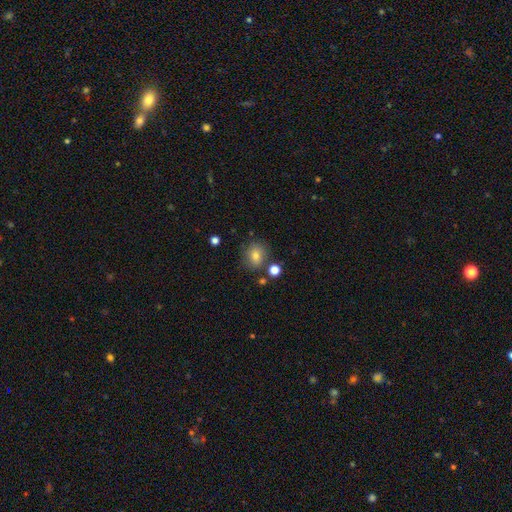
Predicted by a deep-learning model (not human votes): smooth_or_featured: smooth (p=0.78) [alt: star or artifact p=0.12]
how_rounded: round (p=0.72) [alt: in between p=0.27]
merging: none (p=0.76) [alt: minor disturbance p=0.12]